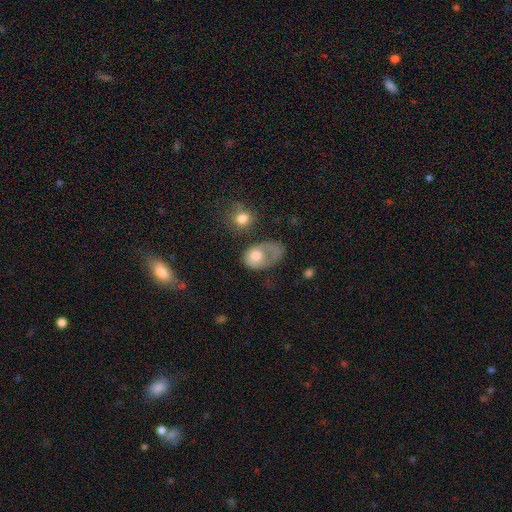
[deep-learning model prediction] Q: Smooth or featured?
A: smooth (64%); runner-up: featured or disk (28%)
Q: How rounded?
A: in between (72%); runner-up: round (27%)
Q: Merging?
A: major disturbance (48%); runner-up: minor disturbance (22%)